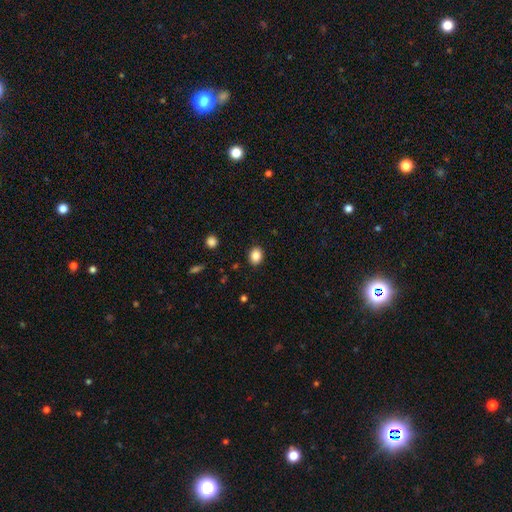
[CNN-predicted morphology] Smooth or featured? Predicted: smooth (p=0.86). How rounded? Predicted: in between (p=0.53). Merging? Predicted: none (p=0.89).